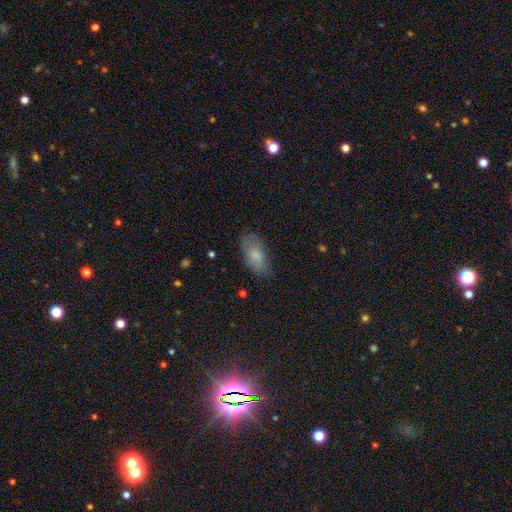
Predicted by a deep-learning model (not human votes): A smooth galaxy with no disk features (75%) that is in between round and cigar-shaped (90%).

Vote fractions:
- Smooth or featured? smooth: 75% / featured or disk: 18% / star or artifact: 7%
- How rounded? in between: 90% / cigar-shaped: 7% / round: 3%
- Merging? none: 73% / minor disturbance: 20% / major disturbance: 6% / merger: 1%